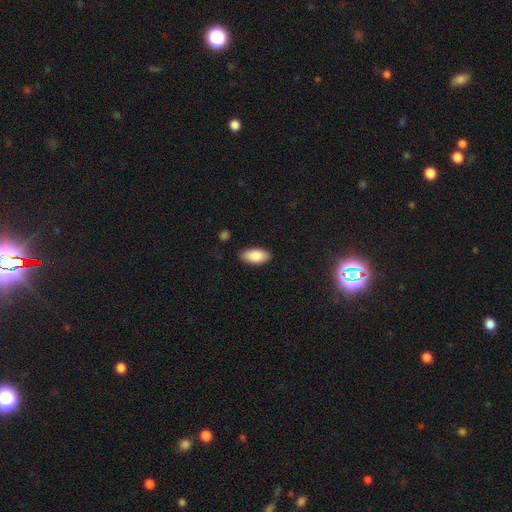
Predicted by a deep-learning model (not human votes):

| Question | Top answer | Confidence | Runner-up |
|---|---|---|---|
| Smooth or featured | smooth | 87% | featured or disk (7%) |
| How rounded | in between | 93% | cigar-shaped (5%) |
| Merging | none | 86% | minor disturbance (10%) |